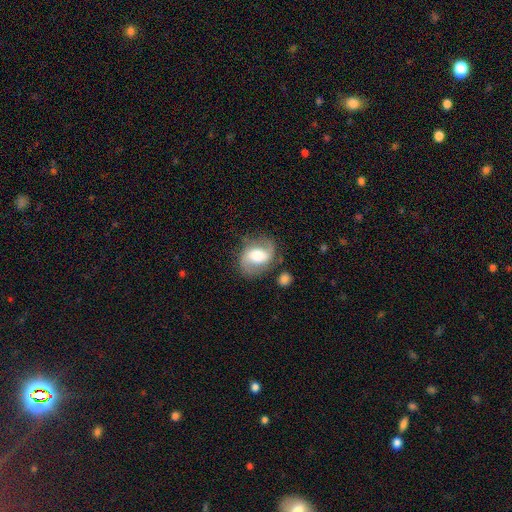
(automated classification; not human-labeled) Smooth or featured: featured or disk — 72% (smooth — 21%)
Edge-on disk: no — 97% (yes — 3%)
Bar: weak — 43% (no — 34%)
Spiral arms: yes — 91% (no — 9%)
Spiral winding: medium — 43% (loose — 41%)
Spiral arm count: 2 — 89% (can't tell — 5%)
Bulge size: moderate — 60% (large — 21%)
Merging: none — 70% (minor disturbance — 18%)